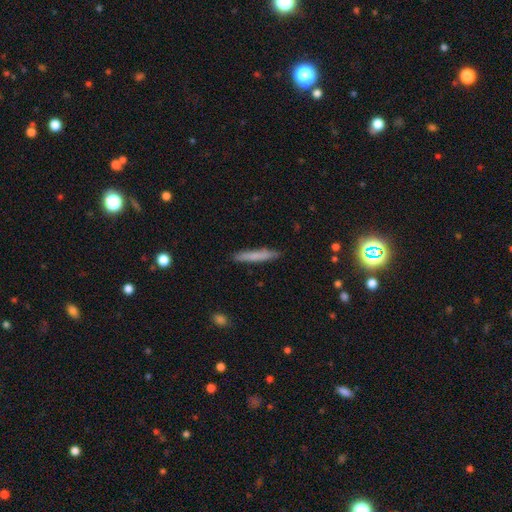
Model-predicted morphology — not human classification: This is likely a smooth galaxy (75%). How rounded: clearly cigar-shaped (94%). Merging: clearly none (88%).